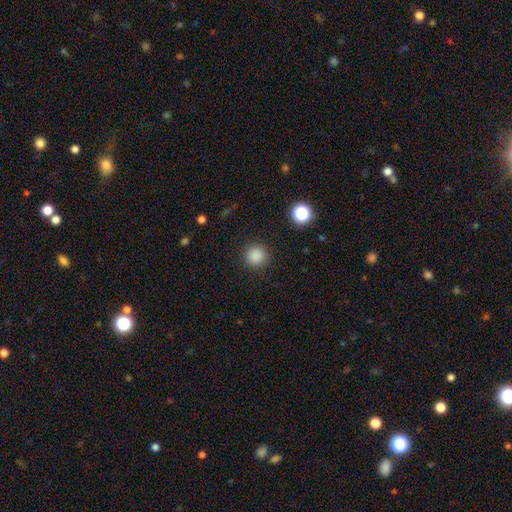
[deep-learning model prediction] Smooth or featured?
  - smooth: 86% *
  - star or artifact: 11%
  - featured or disk: 3%
How rounded?
  - round: 94% *
  - in between: 5%
  - cigar-shaped: 1%
Merging?
  - none: 90% *
  - minor disturbance: 6%
  - major disturbance: 3%
  - merger: 1%